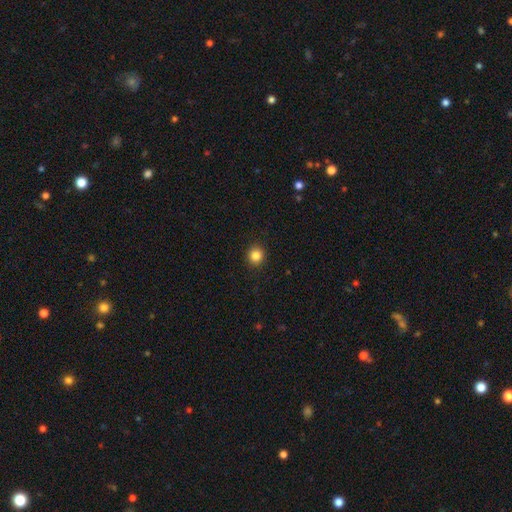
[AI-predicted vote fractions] smooth-or-featured: smooth: 85% | star or artifact: 11% | featured or disk: 4%
  how-rounded: round: 90% | in between: 10% | cigar-shaped: 1%
  merging: none: 92% | minor disturbance: 5% | major disturbance: 2% | merger: 1%